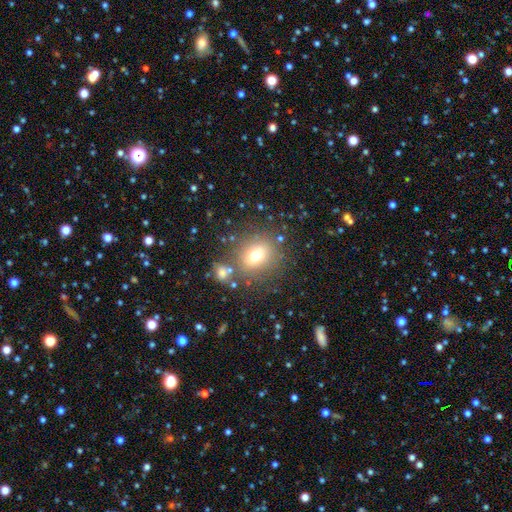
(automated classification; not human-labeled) This appears to be a smooth galaxy with no disk features (70%) that is round (75%). Merging: none (76%).